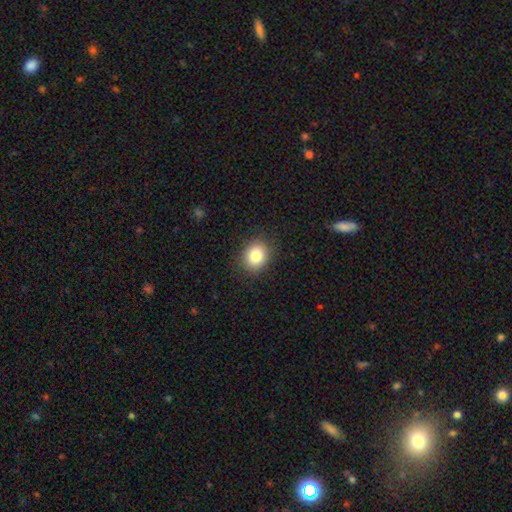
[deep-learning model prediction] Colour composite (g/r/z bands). It shows a smooth galaxy with no disk features (83%) that is round (59%). Merging: none (88%).